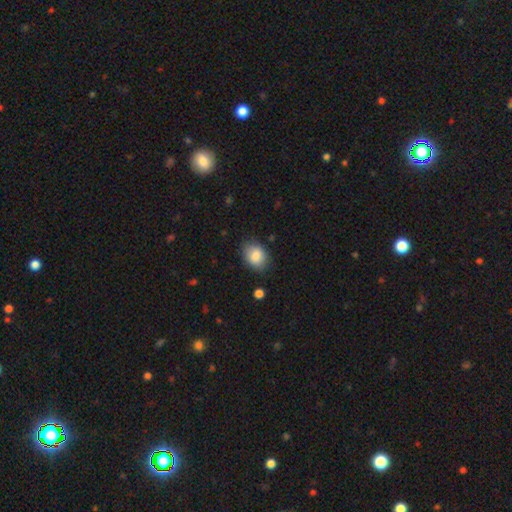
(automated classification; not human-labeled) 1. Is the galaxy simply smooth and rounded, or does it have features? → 85% smooth, 8% star or artifact, 7% featured or disk.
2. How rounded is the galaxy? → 69% in between, 30% round, 1% cigar-shaped.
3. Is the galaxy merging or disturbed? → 81% none, 14% minor disturbance, 3% major disturbance, 1% merger.